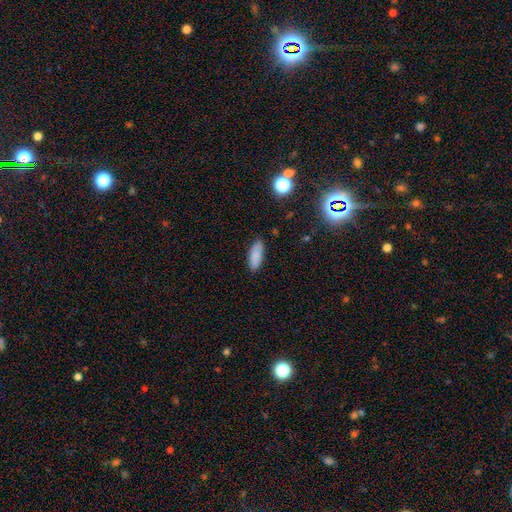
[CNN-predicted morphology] A smooth galaxy with no disk features (86%) that is in between round and cigar-shaped (72%).

Vote fractions:
- Smooth or featured? smooth: 86% / star or artifact: 8% / featured or disk: 6%
- How rounded? in between: 72% / cigar-shaped: 26% / round: 2%
- Merging? none: 85% / minor disturbance: 11% / major disturbance: 2% / merger: 1%